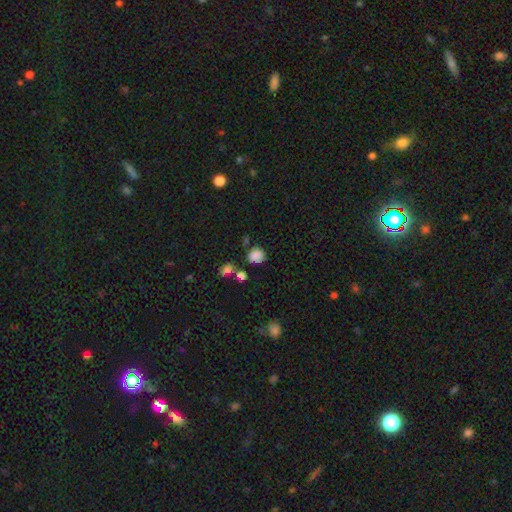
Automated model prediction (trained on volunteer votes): The model was most divided on "merging": none: 65%, minor disturbance: 20%, merger: 10%, major disturbance: 6%. More confident: smooth or featured — smooth (81%); how rounded — round (74%).